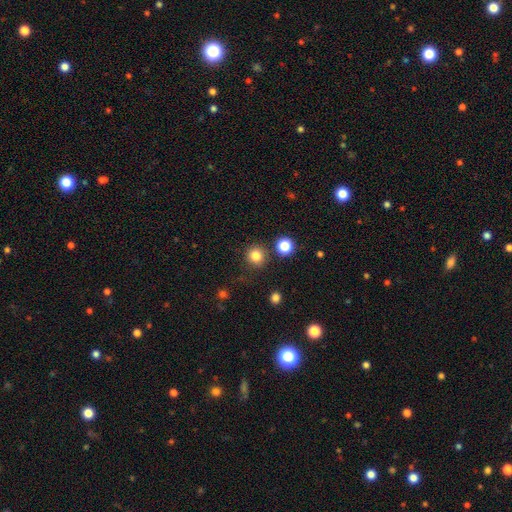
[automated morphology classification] Q: Smooth or featured?
A: smooth (82%); runner-up: star or artifact (13%)
Q: How rounded?
A: round (93%); runner-up: in between (6%)
Q: Merging?
A: none (84%); runner-up: minor disturbance (8%)